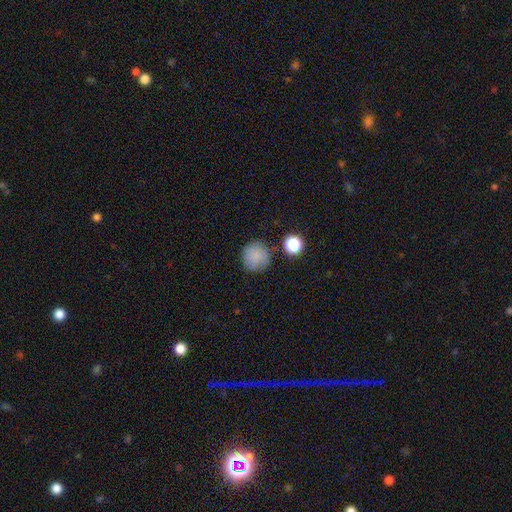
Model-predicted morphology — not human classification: Overall: smooth (80%). How rounded: round (93%). Merging: none (78%).